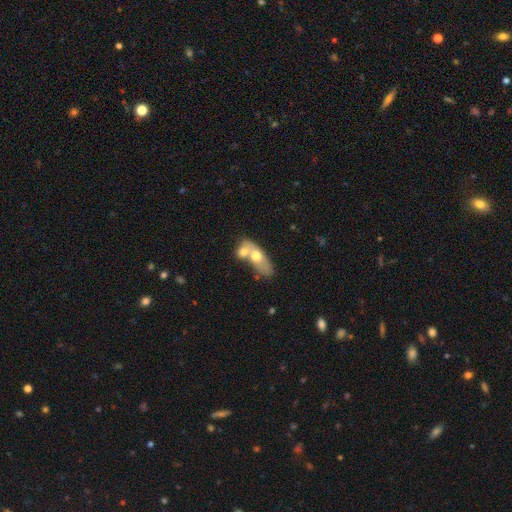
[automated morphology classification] A smooth galaxy with no disk features (58%) that is in between round and cigar-shaped (68%). Merging: merger (62%).